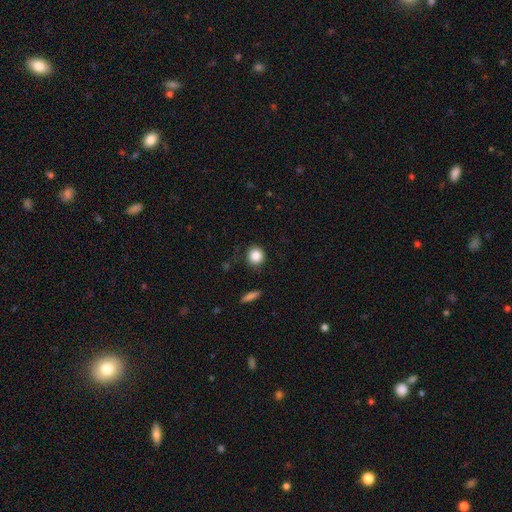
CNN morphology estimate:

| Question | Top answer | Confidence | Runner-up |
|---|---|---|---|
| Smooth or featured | smooth | 86% | star or artifact (9%) |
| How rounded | round | 88% | in between (10%) |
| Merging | none | 85% | minor disturbance (11%) |